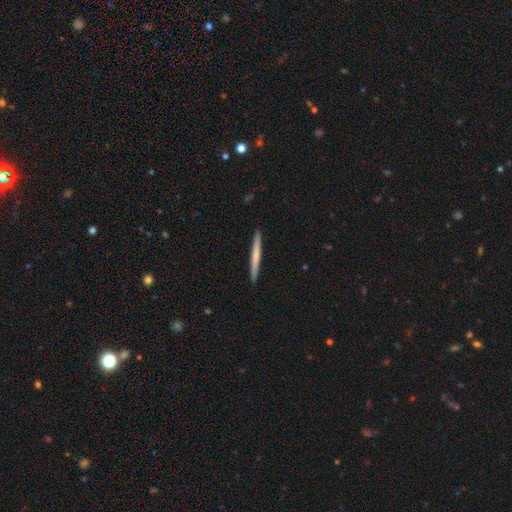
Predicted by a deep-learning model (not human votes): The model was most divided on "smooth or featured": smooth: 53%, featured or disk: 42%, star or artifact: 5%. More confident: how rounded — cigar-shaped (97%); merging — none (93%).